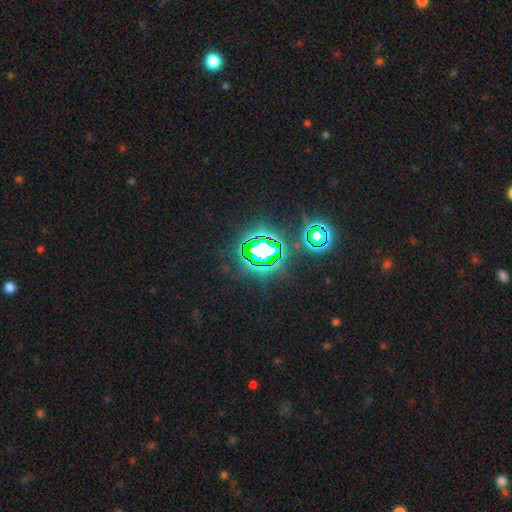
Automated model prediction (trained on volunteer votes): Smooth or featured?
  - star or artifact: 80% *
  - smooth: 11%
  - featured or disk: 9%